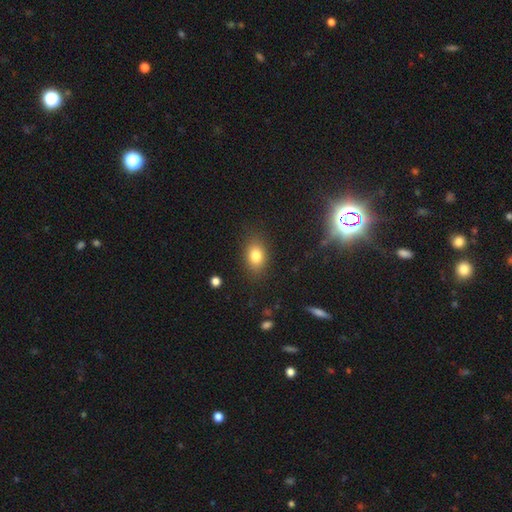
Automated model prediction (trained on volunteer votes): Overall: smooth (81%). How rounded: in between (75%). Merging: none (84%).